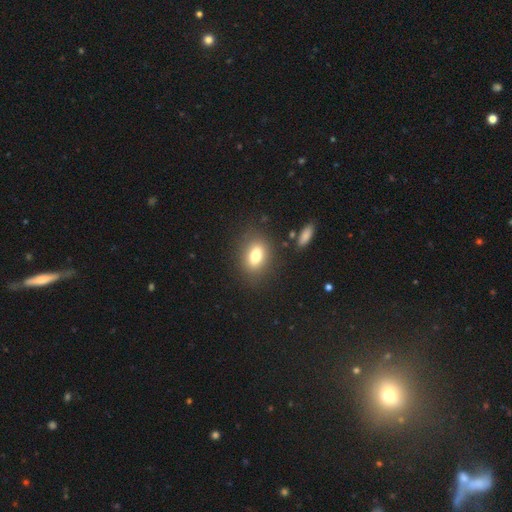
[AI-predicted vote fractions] smooth 77%, featured or disk 13%, star or artifact 10%. Down the decision tree: how rounded — in between (77%); merging — none (82%).